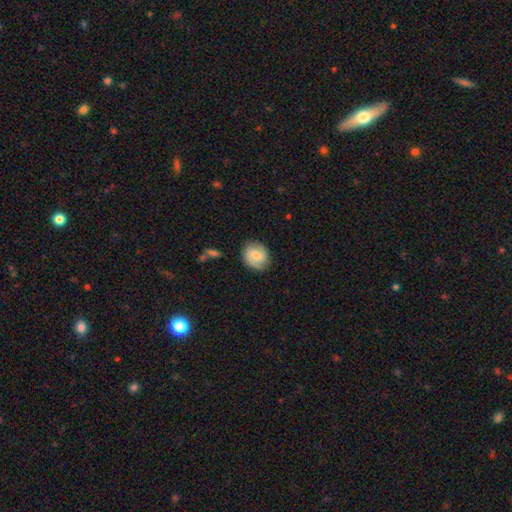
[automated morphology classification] A smooth galaxy with no disk features (54%) that is round (66%). Merging: none (78%).